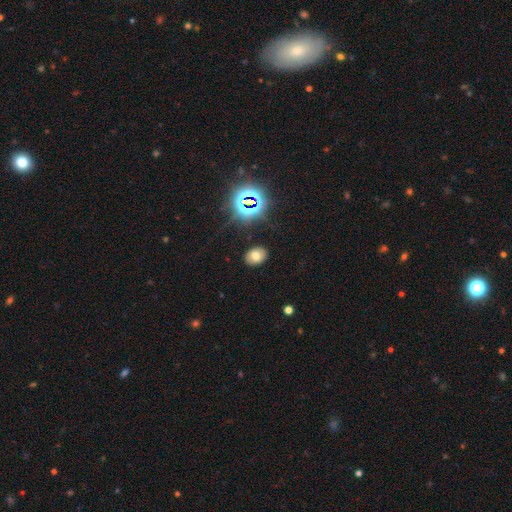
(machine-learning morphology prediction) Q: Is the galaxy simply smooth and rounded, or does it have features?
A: smooth — 68%.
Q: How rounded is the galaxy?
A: in between — 72%.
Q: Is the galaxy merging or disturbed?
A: none — 87%.